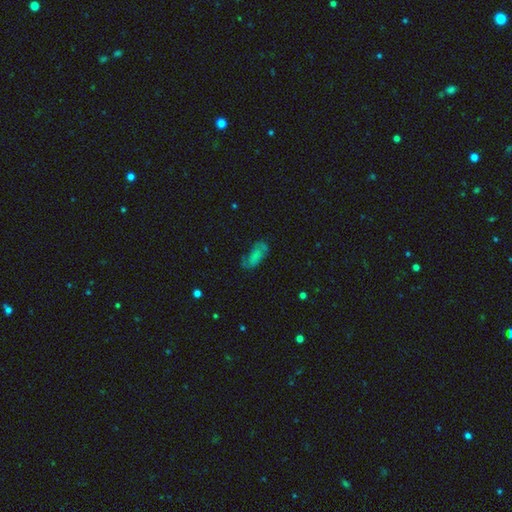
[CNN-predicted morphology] Smooth or featured? smooth (52%)
How rounded? in between (86%)
Merging? none (56%)